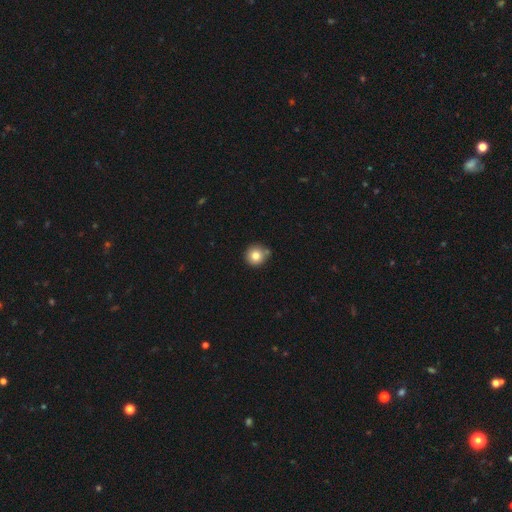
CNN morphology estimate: Smooth or featured: smooth — 81% (star or artifact — 10%)
How rounded: round — 94% (in between — 5%)
Merging: none — 73% (minor disturbance — 14%)